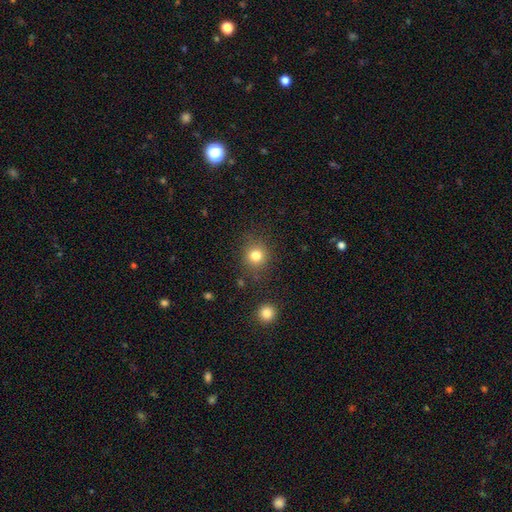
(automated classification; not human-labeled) smooth_or_featured: smooth (p=0.80) [alt: star or artifact p=0.13]
how_rounded: round (p=0.88) [alt: in between p=0.11]
merging: none (p=0.84) [alt: minor disturbance p=0.10]